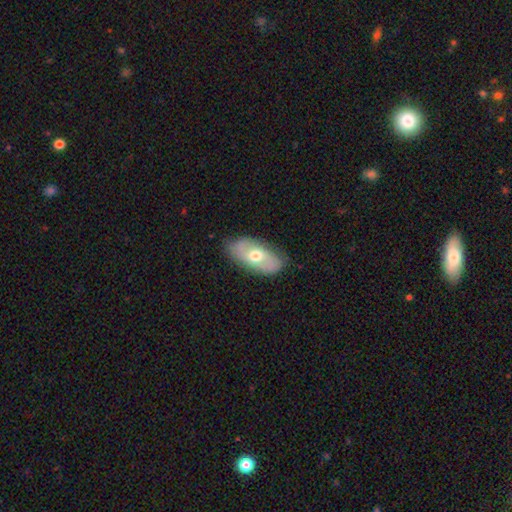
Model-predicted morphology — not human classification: smooth_or_featured: smooth (p=0.49) [alt: featured or disk p=0.45]
merging: none (p=0.77) [alt: minor disturbance p=0.18]